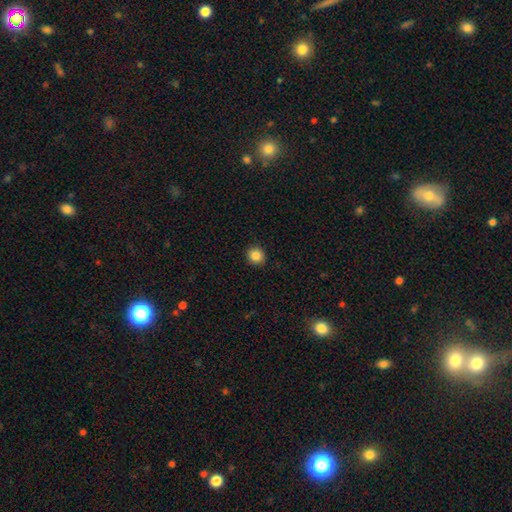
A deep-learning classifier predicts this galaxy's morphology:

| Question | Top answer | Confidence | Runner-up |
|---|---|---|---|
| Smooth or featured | smooth | 86% | star or artifact (10%) |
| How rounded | round | 90% | in between (9%) |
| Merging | none | 92% | minor disturbance (6%) |